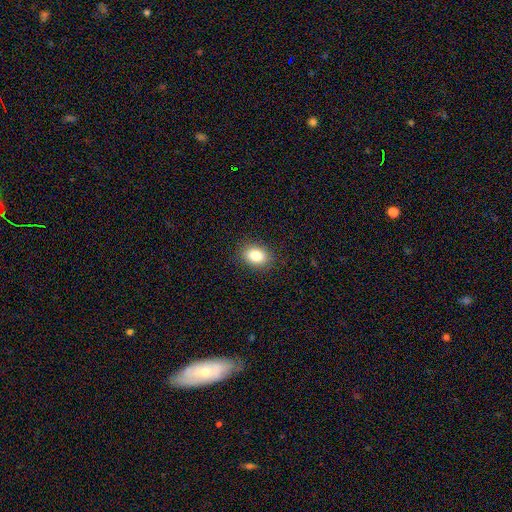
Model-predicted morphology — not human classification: Overall: smooth (85%). How rounded: in between (78%). Merging: none (88%).